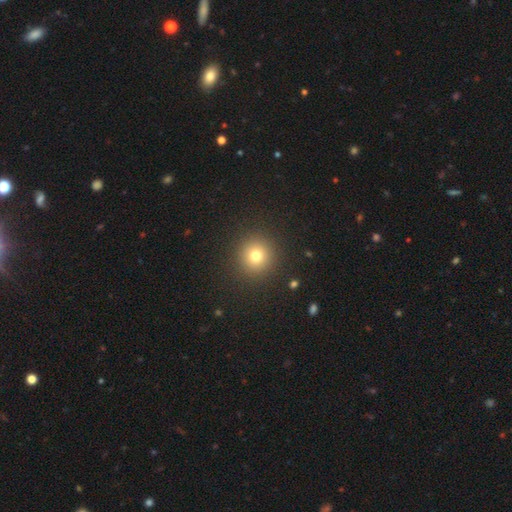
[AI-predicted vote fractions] Smooth or featured?
  - smooth: 76% *
  - star or artifact: 15%
  - featured or disk: 9%
How rounded?
  - round: 94% *
  - in between: 5%
  - cigar-shaped: 1%
Merging?
  - none: 91% *
  - minor disturbance: 5%
  - major disturbance: 3%
  - merger: 1%